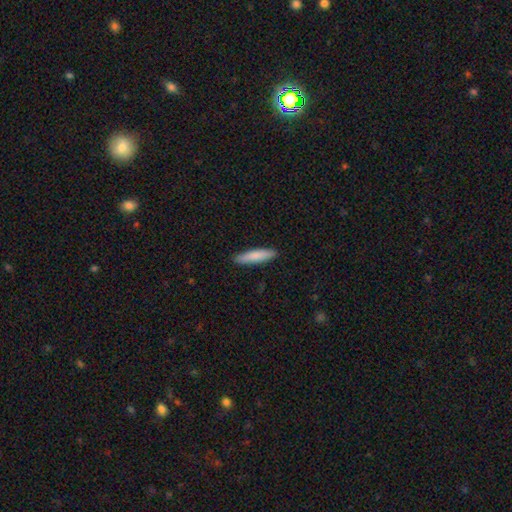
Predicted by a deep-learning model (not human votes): Overall: smooth (83%). How rounded: cigar-shaped (85%). Merging: none (91%).